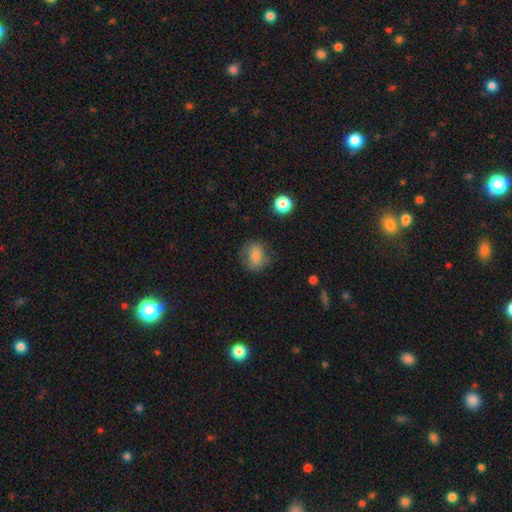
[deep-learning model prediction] A smooth galaxy with no disk features (81%) that is round (63%). Merging: none (73%).